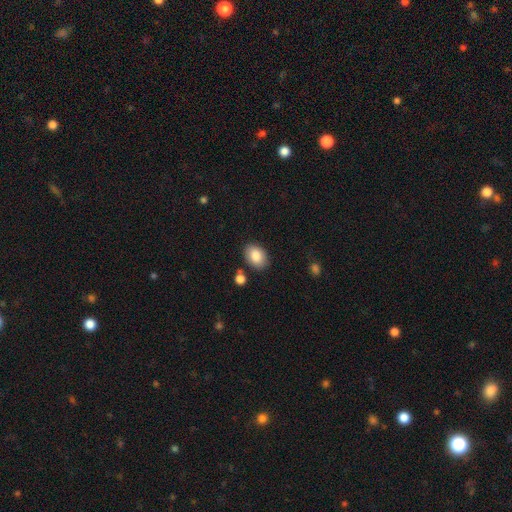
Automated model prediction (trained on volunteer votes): Smooth or featured? Predicted: smooth (p=0.86). How rounded? Predicted: in between (p=0.79). Merging? Predicted: none (p=0.82).